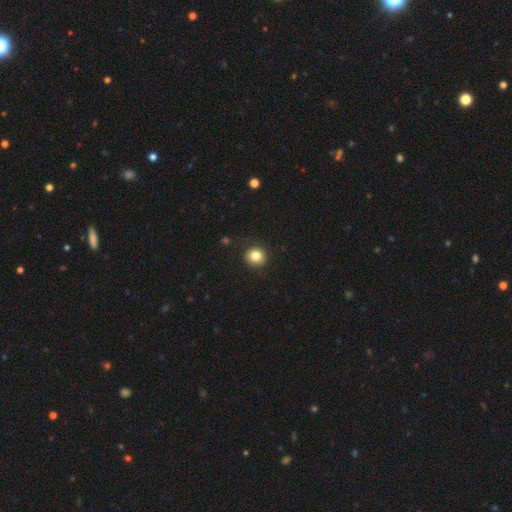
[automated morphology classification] Smooth or featured? Predicted: smooth (p=0.83). How rounded? Predicted: round (p=0.90). Merging? Predicted: none (p=0.88).